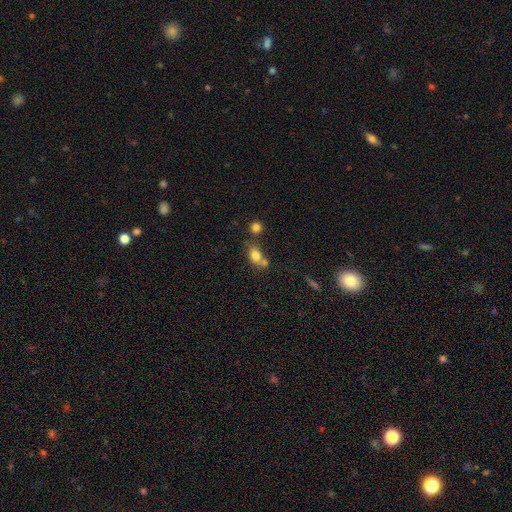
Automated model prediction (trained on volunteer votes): Smooth or featured?
  - smooth: 78% *
  - featured or disk: 11%
  - star or artifact: 11%
How rounded?
  - in between: 68% *
  - round: 29%
  - cigar-shaped: 3%
Merging?
  - none: 43% *
  - merger: 37%
  - minor disturbance: 14%
  - major disturbance: 6%